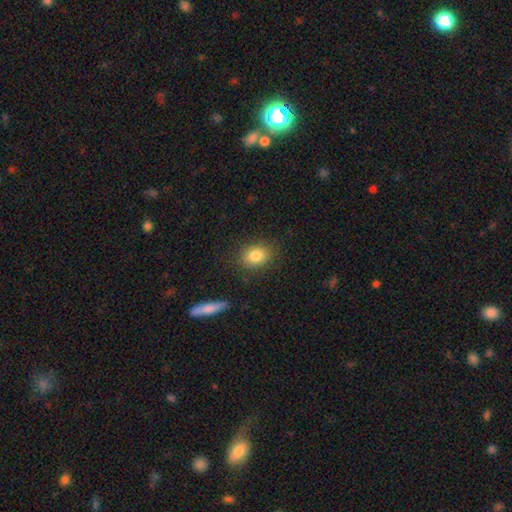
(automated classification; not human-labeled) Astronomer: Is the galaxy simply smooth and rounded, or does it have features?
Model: smooth — 82%.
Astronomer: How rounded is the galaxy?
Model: in between — 62%.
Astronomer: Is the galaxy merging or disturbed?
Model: none — 85%.